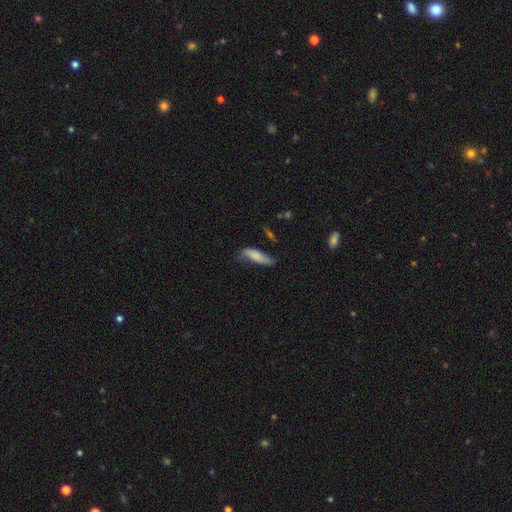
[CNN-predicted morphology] smooth 73%, featured or disk 20%, star or artifact 7%. Down the decision tree: how rounded — cigar-shaped (56%); merging — none (57%).